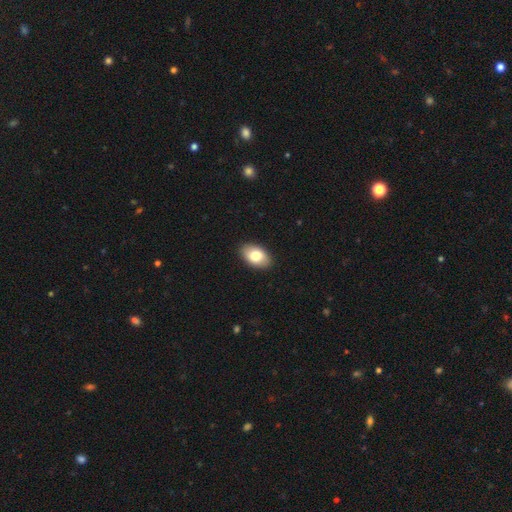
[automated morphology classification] A smooth galaxy with no disk features (80%) that is in between round and cigar-shaped (92%).

Vote fractions:
- Smooth or featured? smooth: 80% / featured or disk: 14% / star or artifact: 7%
- How rounded? in between: 92% / round: 7% / cigar-shaped: 1%
- Merging? none: 90% / minor disturbance: 7% / major disturbance: 2% / merger: 1%